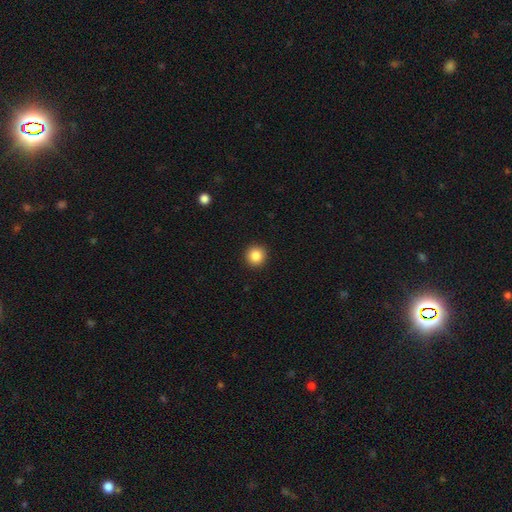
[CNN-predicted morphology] This is clearly a smooth galaxy (86%). How rounded: clearly round (95%). Merging: clearly none (93%).